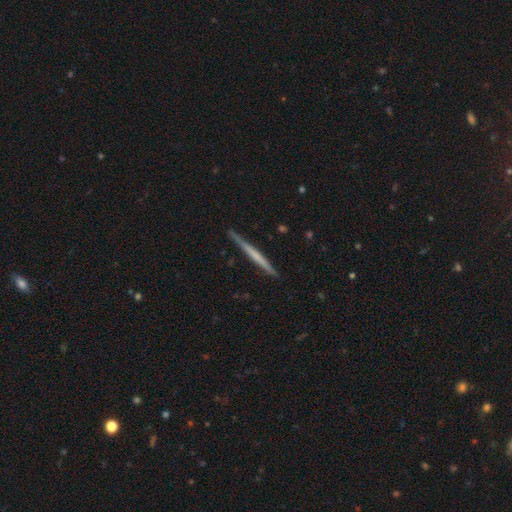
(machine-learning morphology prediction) A featured or disk galaxy (51%) viewed edge-on (97%) with no central bulge (83%). Merging: none (89%).